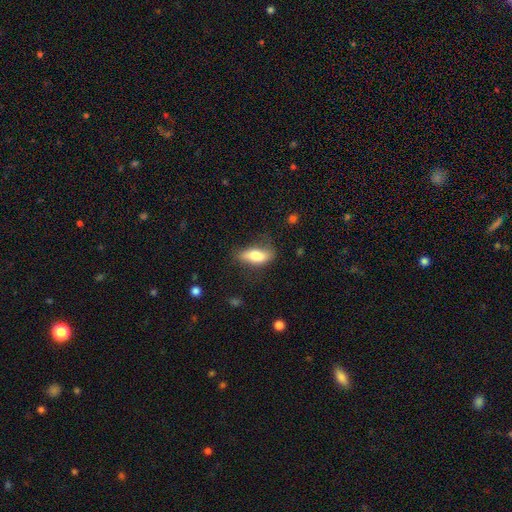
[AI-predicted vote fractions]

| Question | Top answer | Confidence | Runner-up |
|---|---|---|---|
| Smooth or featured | smooth | 69% | featured or disk (24%) |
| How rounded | in between | 74% | cigar-shaped (22%) |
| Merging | none | 63% | minor disturbance (25%) |